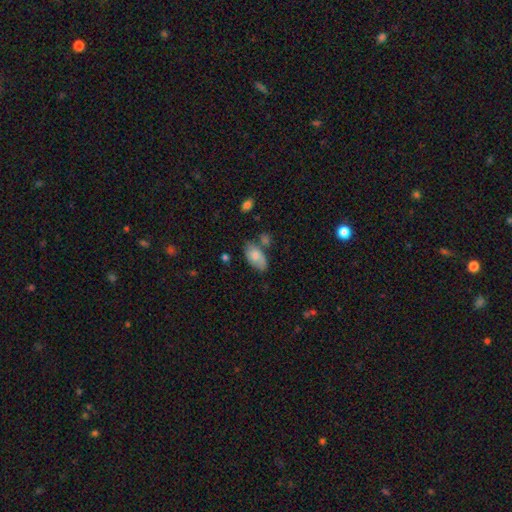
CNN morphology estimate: Smooth or featured?
  - smooth: 74% *
  - featured or disk: 20%
  - star or artifact: 7%
How rounded?
  - in between: 92% *
  - round: 4%
  - cigar-shaped: 3%
Merging?
  - none: 55% *
  - minor disturbance: 24%
  - merger: 13%
  - major disturbance: 7%